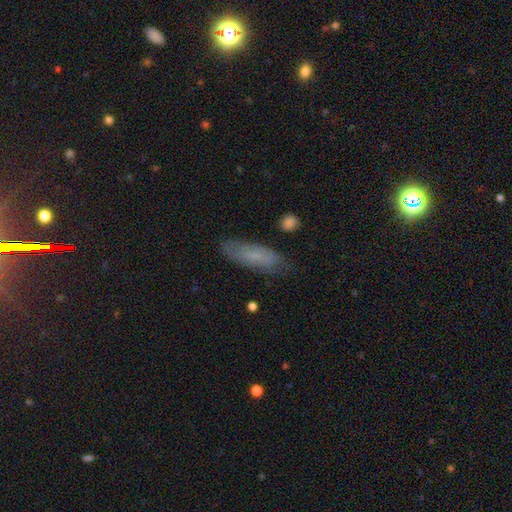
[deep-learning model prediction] This is likely a smooth galaxy (64%). How rounded: possibly in between (53%). Merging: likely none (76%).